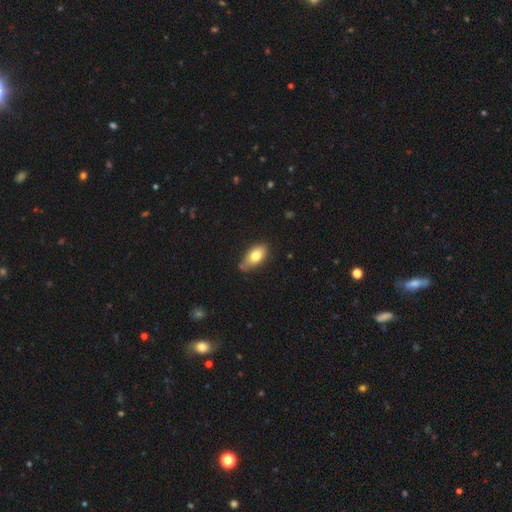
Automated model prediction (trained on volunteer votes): Smooth or featured? smooth (75%)
How rounded? in between (90%)
Merging? none (68%)